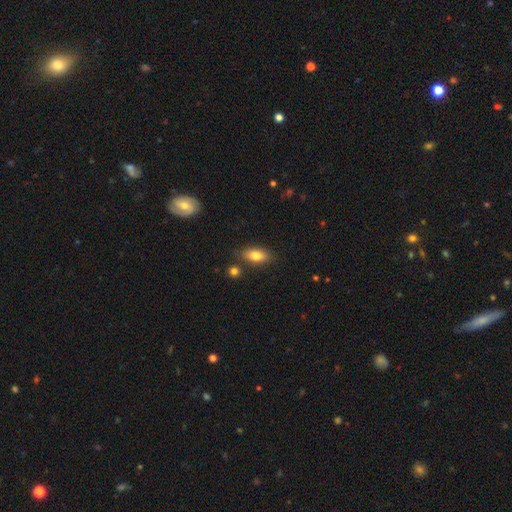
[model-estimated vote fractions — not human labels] This appears to be a smooth galaxy with no disk features (79%) that is in between round and cigar-shaped (82%). Merging: none (80%).